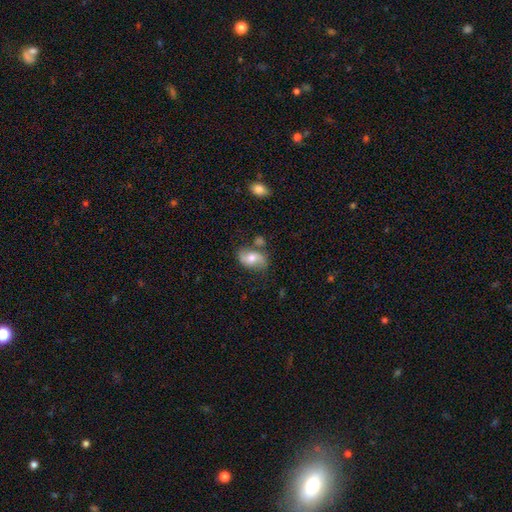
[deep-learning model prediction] Smooth or featured? featured or disk (51%)
Edge-on disk? no (95%)
Merging? none (65%)